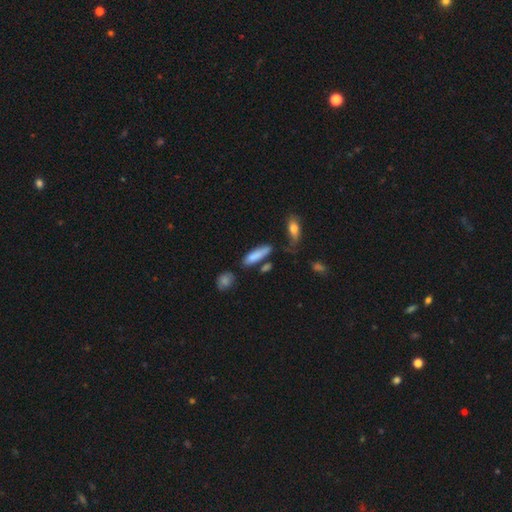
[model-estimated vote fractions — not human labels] smooth_or_featured: smooth (p=0.81) [alt: featured or disk p=0.12]
how_rounded: cigar-shaped (p=0.64) [alt: in between p=0.34]
merging: none (p=0.63) [alt: minor disturbance p=0.20]